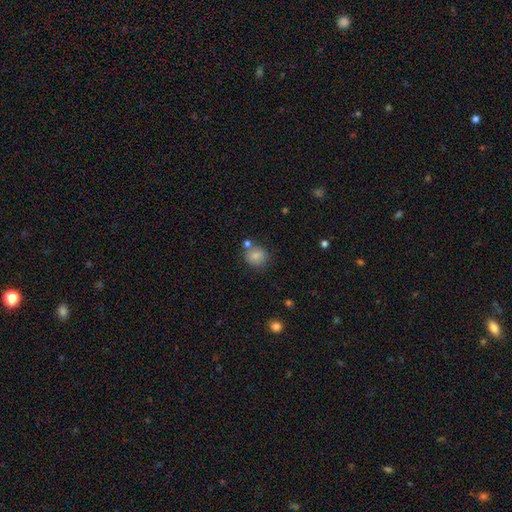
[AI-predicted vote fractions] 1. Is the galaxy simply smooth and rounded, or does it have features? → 81% smooth, 10% star or artifact, 9% featured or disk.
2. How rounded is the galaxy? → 75% round, 24% in between, 1% cigar-shaped.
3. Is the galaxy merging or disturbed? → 66% none, 15% merger, 15% minor disturbance, 5% major disturbance.